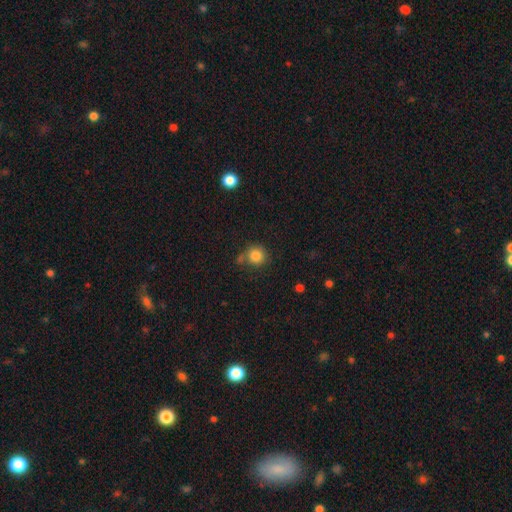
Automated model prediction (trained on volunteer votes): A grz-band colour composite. It shows a smooth galaxy with no disk features (82%) that is round (90%). Merging: none (65%).